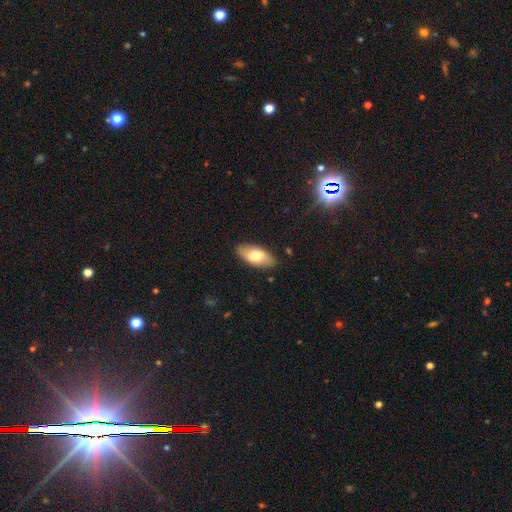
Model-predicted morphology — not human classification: type=smooth (70%); roundness=in between (90%); merging=none (86%).